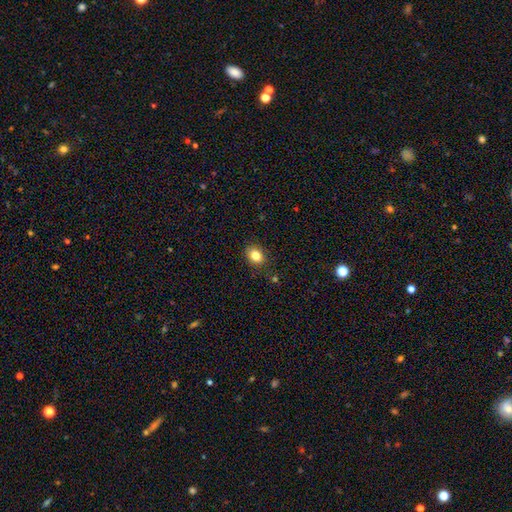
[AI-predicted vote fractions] Overall: smooth (83%). How rounded: round (50%; in between 49%). Merging: none (86%).